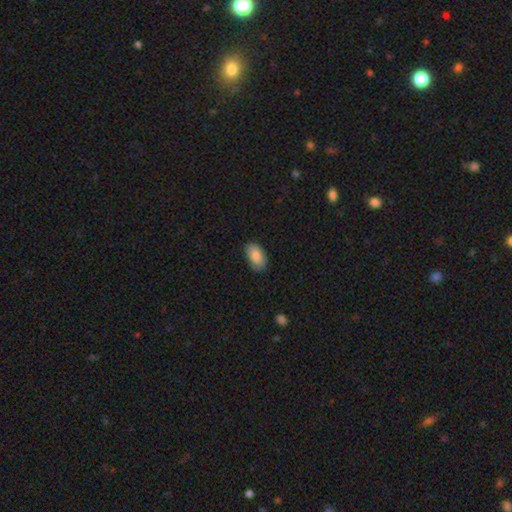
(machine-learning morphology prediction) smooth_or_featured: smooth (p=0.88) [alt: star or artifact p=0.06]
how_rounded: in between (p=0.94) [alt: round p=0.04]
merging: none (p=0.81) [alt: minor disturbance p=0.16]